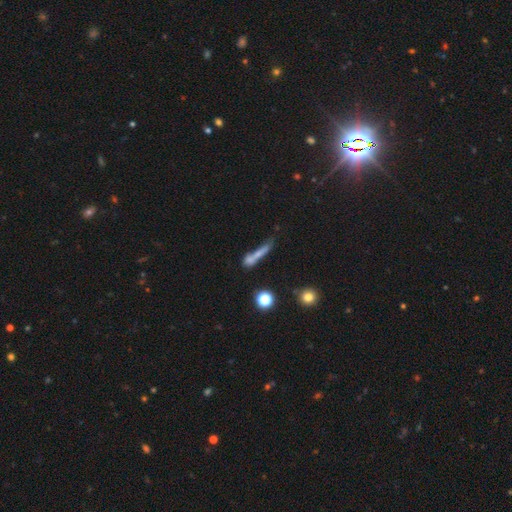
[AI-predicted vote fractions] The model was most divided on "merging": none: 41%, merger: 28%, minor disturbance: 17%, major disturbance: 14%. More confident: how rounded — cigar-shaped (77%); smooth or featured — smooth (54%).